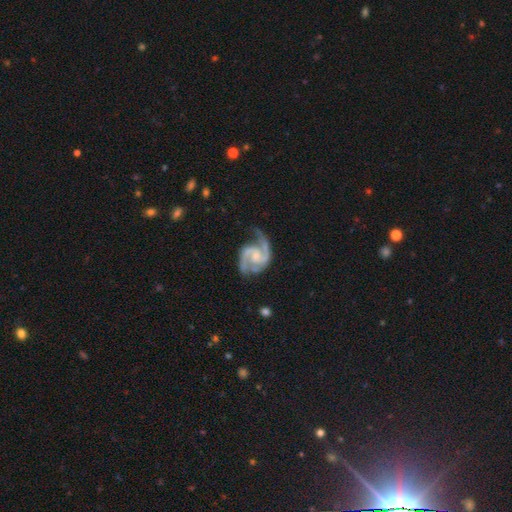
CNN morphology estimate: The model was most divided on "bulge size": small: 39%, moderate: 30%, none: 26%, large: 4%, dominant: 1%. Remaining: edge-on disk — no (98%); spiral arms — yes (98%); smooth or featured — featured or disk (92%); spiral arm count — 2 (88%); merging — none (61%); spiral winding — medium (57%); bar — no (50%).